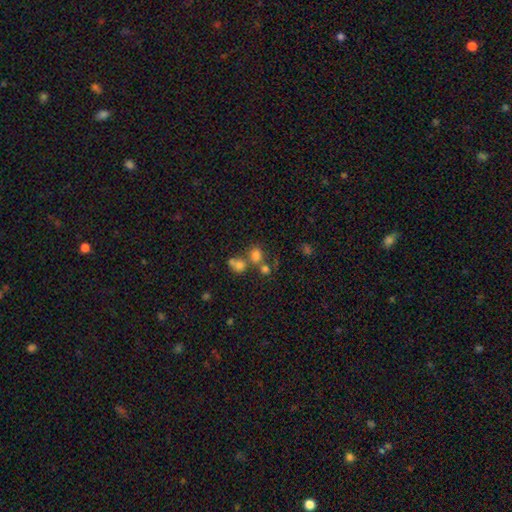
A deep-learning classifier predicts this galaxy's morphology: type=smooth (72%); roundness=round (71%); merging=none (49%).